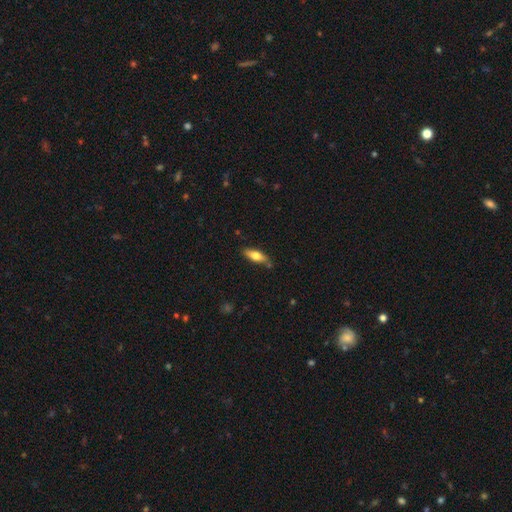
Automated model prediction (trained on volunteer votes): Smooth or featured? Predicted: smooth (p=0.64). How rounded? Predicted: in between (p=0.58). Merging? Predicted: none (p=0.80).